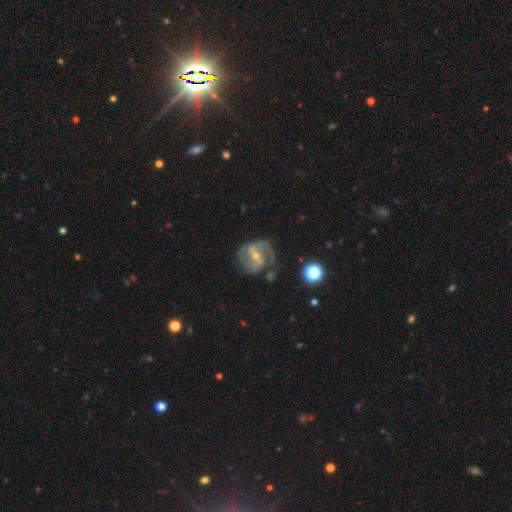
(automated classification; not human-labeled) smooth_or_featured: featured or disk (p=0.87) [alt: smooth p=0.07]
disk_edge_on: no (p=0.98) [alt: yes p=0.02]
bar: weak (p=0.46) [alt: strong p=0.33]
has_spiral_arms: yes (p=0.96) [alt: no p=0.04]
spiral_winding: medium (p=0.56) [alt: tight p=0.25]
spiral_arm_count: 2 (p=0.73) [alt: 3 p=0.12]
bulge_size: small (p=0.61) [alt: moderate p=0.36]
merging: none (p=0.62) [alt: minor disturbance p=0.21]